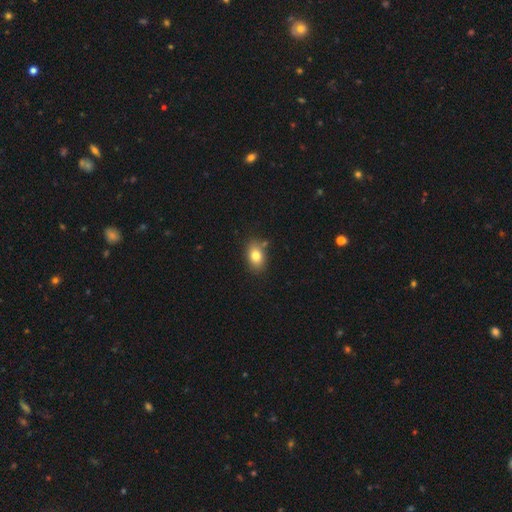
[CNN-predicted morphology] Smooth or featured? smooth (81%)
How rounded? in between (80%)
Merging? none (80%)